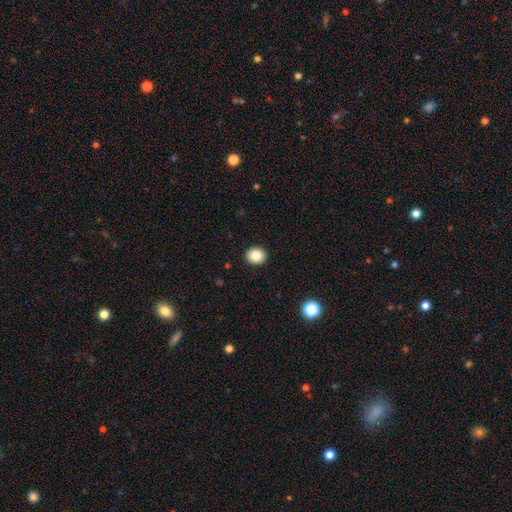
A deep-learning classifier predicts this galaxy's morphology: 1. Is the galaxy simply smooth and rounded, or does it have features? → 84% smooth, 9% star or artifact, 7% featured or disk.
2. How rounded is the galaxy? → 74% round, 25% in between, 1% cigar-shaped.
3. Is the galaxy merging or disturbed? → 92% none, 5% minor disturbance, 2% major disturbance, 1% merger.